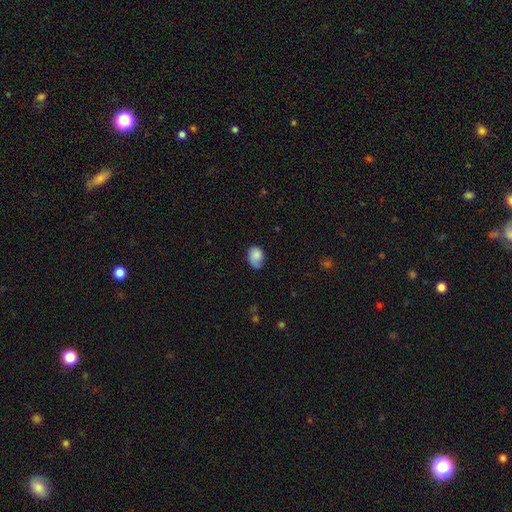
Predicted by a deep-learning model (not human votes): A smooth galaxy with no disk features (82%) that is in between round and cigar-shaped (71%). Merging: none (56%).